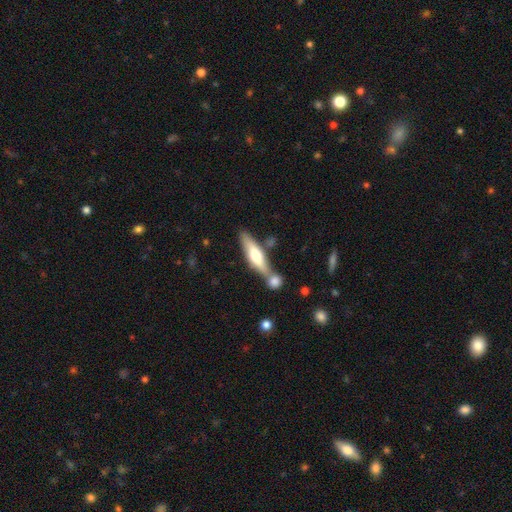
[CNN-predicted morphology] Smooth or featured: smooth — 49% (featured or disk — 46%)
Merging: none — 55% (merger — 29%)